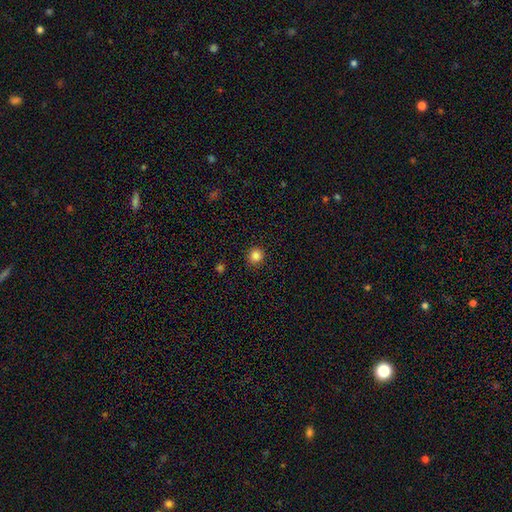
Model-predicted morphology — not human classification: smooth 85%, star or artifact 12%, featured or disk 4%. Down the decision tree: how rounded — round (93%); merging — none (91%).